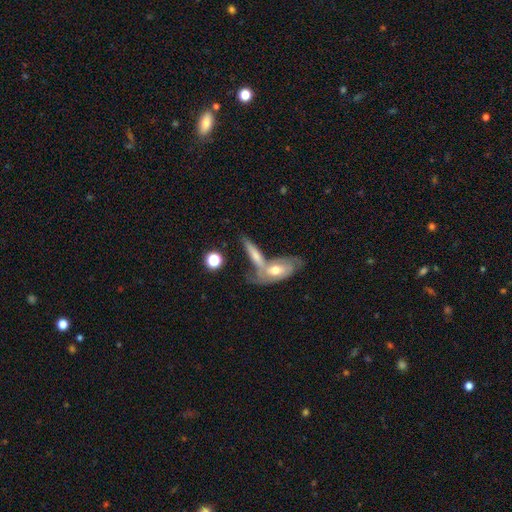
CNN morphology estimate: Smooth or featured? Predicted: smooth (p=0.50). Merging? Predicted: merger (p=0.48).